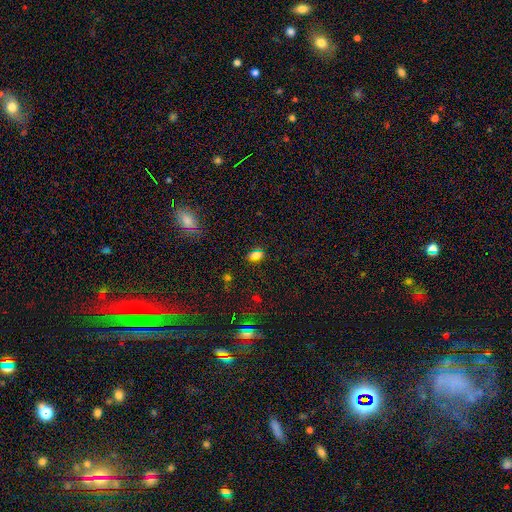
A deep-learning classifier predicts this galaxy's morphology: smooth_or_featured: smooth (p=0.72) [alt: star or artifact p=0.21]
how_rounded: in between (p=0.79) [alt: round p=0.17]
merging: none (p=0.84) [alt: minor disturbance p=0.10]